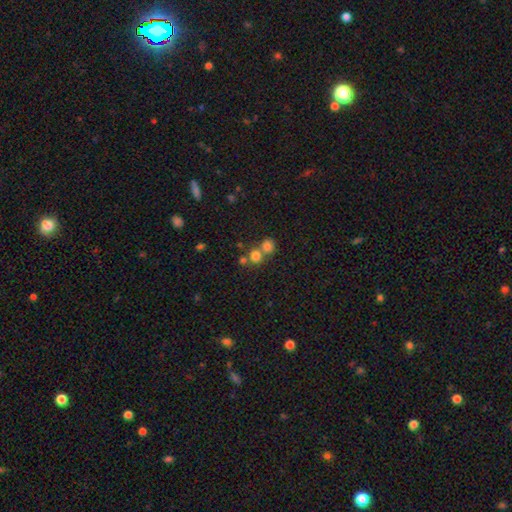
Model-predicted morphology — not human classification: A smooth galaxy with no disk features (75%) that is round (85%).

Vote fractions:
- Smooth or featured? smooth: 75% / star or artifact: 16% / featured or disk: 9%
- How rounded? round: 85% / in between: 14% / cigar-shaped: 1%
- Merging? none: 48% / merger: 44% / minor disturbance: 6% / major disturbance: 3%